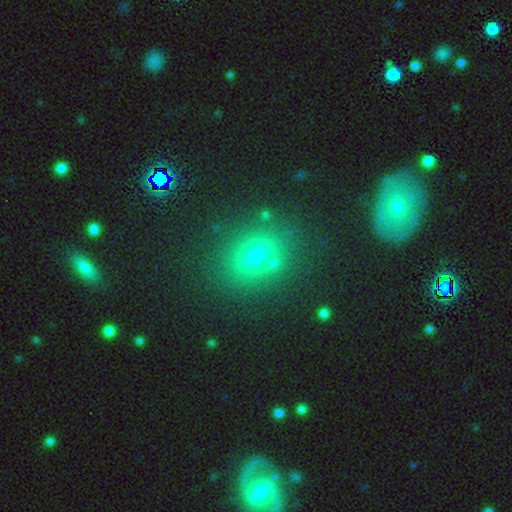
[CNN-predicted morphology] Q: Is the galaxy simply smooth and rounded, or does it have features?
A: smooth — 60%.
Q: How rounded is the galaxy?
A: round — 50%.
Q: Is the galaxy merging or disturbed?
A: none — 77%.